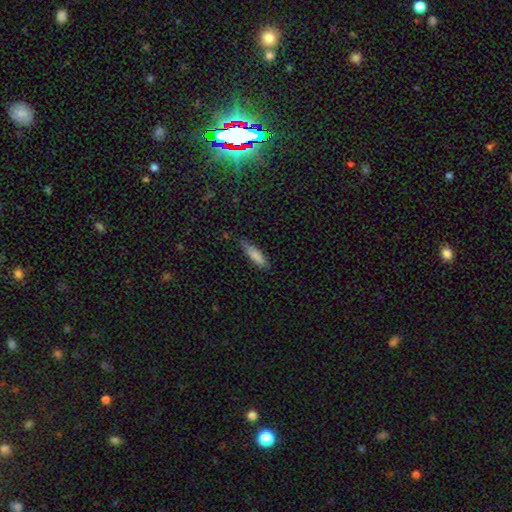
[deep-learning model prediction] A smooth galaxy with no disk features (82%) that is cigar-shaped (64%). Merging: none (72%).